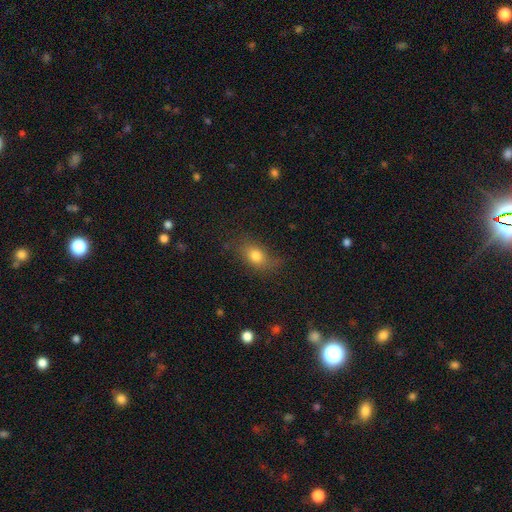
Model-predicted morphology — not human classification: Q: Smooth or featured?
A: smooth (77%); runner-up: featured or disk (12%)
Q: How rounded?
A: in between (77%); runner-up: round (18%)
Q: Merging?
A: none (69%); runner-up: minor disturbance (21%)